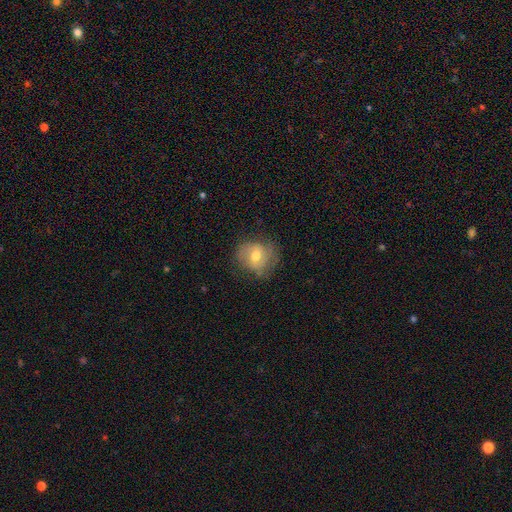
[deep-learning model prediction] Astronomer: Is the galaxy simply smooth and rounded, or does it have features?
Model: smooth — 51% (runner-up: featured or disk, 40%).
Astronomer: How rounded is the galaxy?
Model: round — 74%.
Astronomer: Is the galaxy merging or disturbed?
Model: none — 64%.